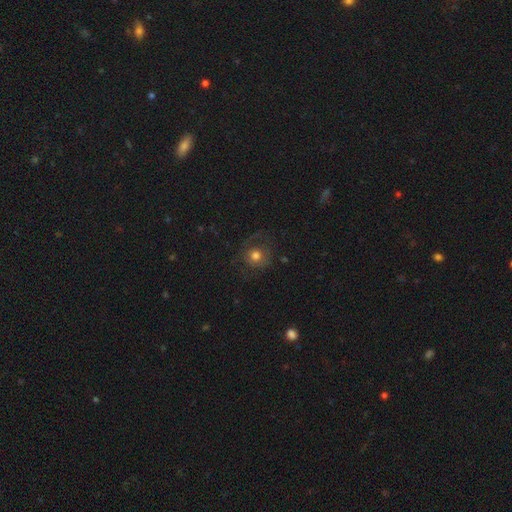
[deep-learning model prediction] smooth 64%, featured or disk 24%, star or artifact 13%. Down the decision tree: how rounded — round (88%); merging — none (65%).